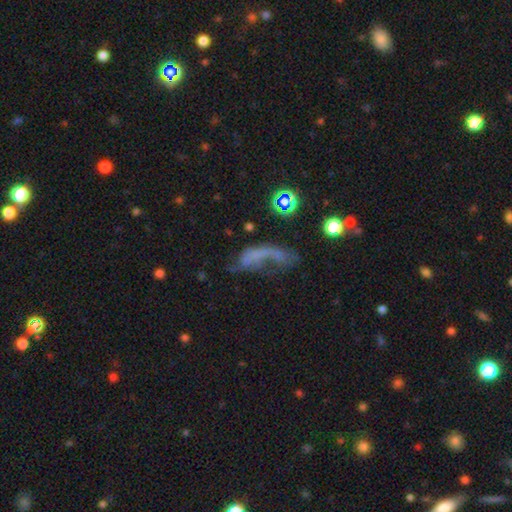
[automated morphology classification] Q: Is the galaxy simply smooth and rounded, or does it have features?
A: featured or disk — 46%.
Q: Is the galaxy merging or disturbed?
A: major disturbance — 47%.